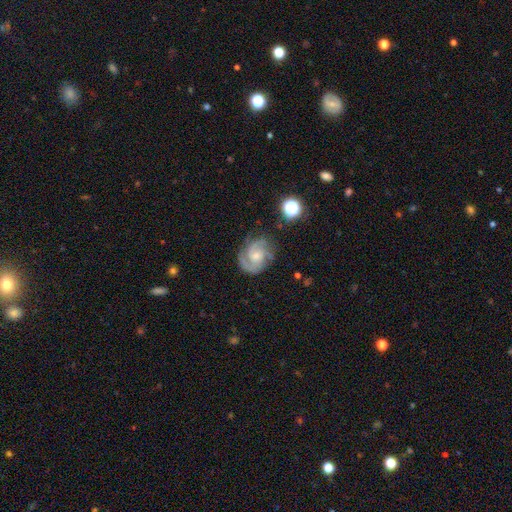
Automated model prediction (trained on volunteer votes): Smooth or featured? featured or disk (86%)
Edge-on disk? no (98%)
Bar? no (63%)
Spiral arms? yes (98%)
Spiral winding? tight (48%)
Spiral arm count? 2 (42%)
Bulge size? small (55%)
Merging? none (72%)